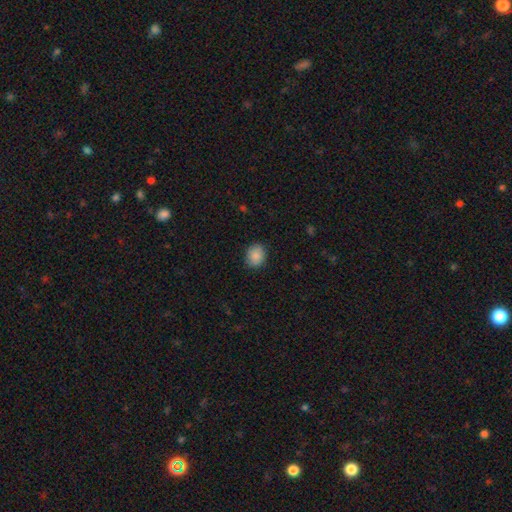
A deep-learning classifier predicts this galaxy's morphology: This is clearly a smooth galaxy (88%). How rounded: likely round (65%). Merging: clearly none (87%).